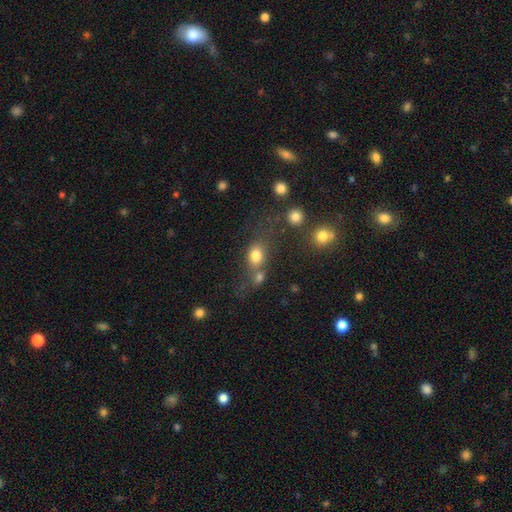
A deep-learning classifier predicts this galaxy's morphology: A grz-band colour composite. It shows a smooth galaxy with no disk features (78%) that is in between round and cigar-shaped (59%). Merging: none (46%).